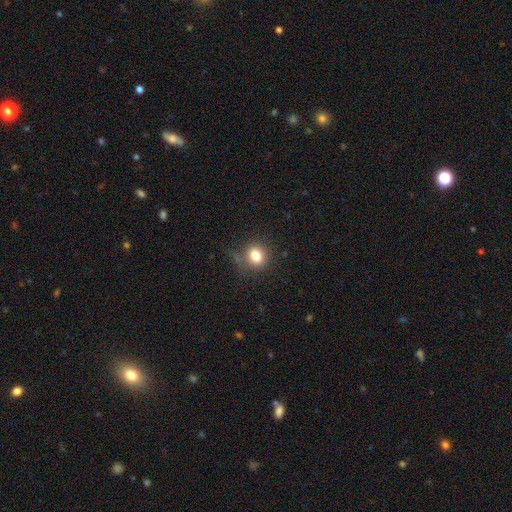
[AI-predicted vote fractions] Overall: smooth (80%). How rounded: round (73%). Merging: none (75%).